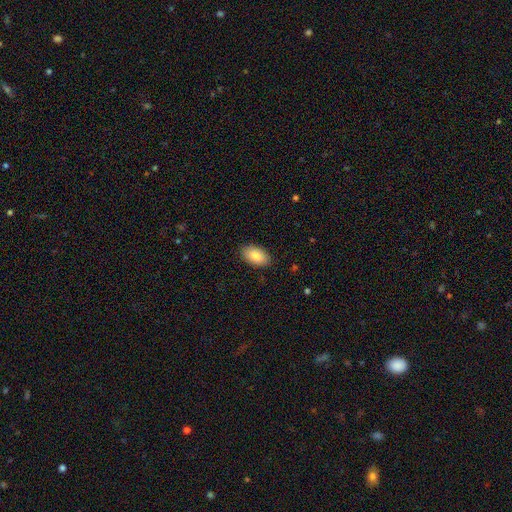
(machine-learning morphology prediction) This appears to be a smooth galaxy with no disk features (86%) that is in between round and cigar-shaped (95%). Merging: none (88%).